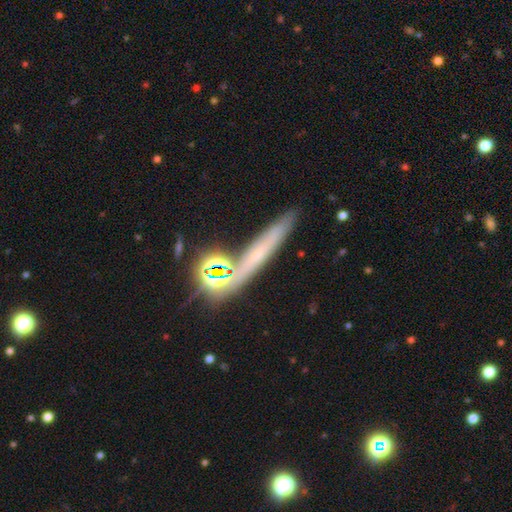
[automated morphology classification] Smooth or featured? featured or disk (36%)
Merging? none (70%)